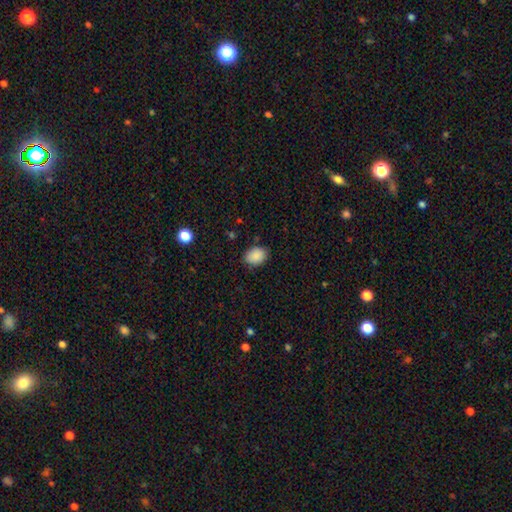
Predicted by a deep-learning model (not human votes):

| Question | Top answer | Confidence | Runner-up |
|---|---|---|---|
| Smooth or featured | smooth | 87% | star or artifact (8%) |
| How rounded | in between | 72% | round (27%) |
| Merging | none | 82% | minor disturbance (14%) |